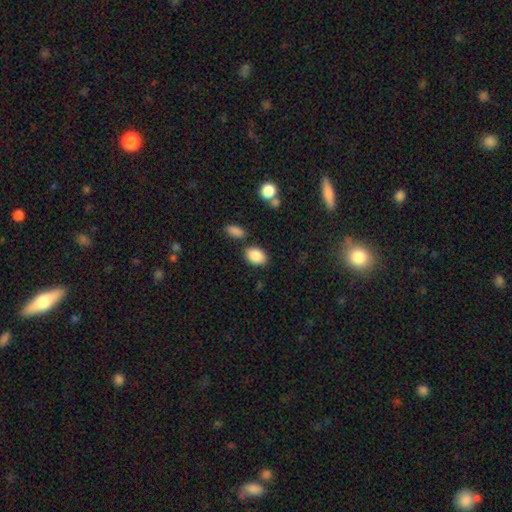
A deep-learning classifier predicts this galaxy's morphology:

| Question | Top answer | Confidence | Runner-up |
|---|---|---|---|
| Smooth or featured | smooth | 87% | star or artifact (7%) |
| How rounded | in between | 84% | round (15%) |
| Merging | none | 78% | minor disturbance (12%) |